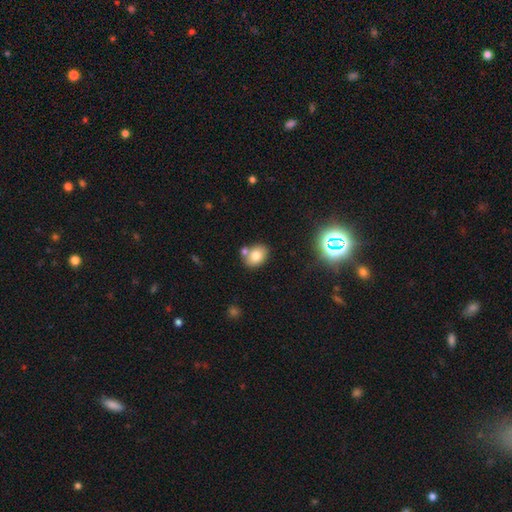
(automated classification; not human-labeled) Smooth or featured? Predicted: smooth (p=0.75). How rounded? Predicted: in between (p=0.58). Merging? Predicted: none (p=0.65).